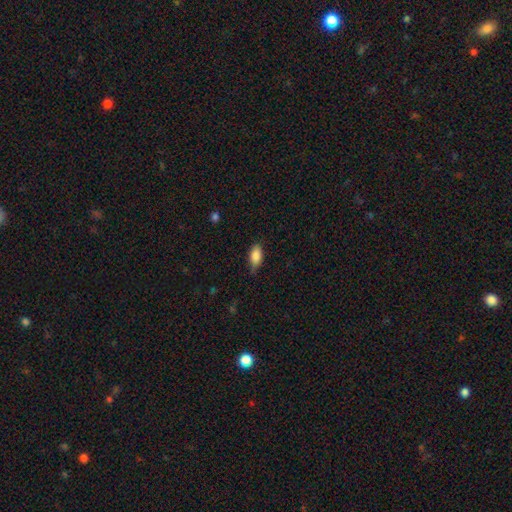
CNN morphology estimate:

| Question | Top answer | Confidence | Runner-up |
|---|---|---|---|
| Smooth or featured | smooth | 86% | featured or disk (7%) |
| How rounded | in between | 90% | cigar-shaped (7%) |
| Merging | none | 73% | minor disturbance (22%) |